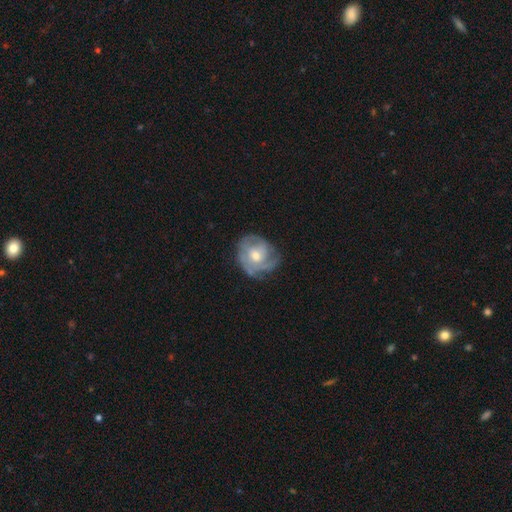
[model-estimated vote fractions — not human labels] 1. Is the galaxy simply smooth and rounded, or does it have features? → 74% featured or disk, 21% smooth, 5% star or artifact.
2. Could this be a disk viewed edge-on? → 97% no, 3% yes.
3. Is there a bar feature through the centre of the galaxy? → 69% no, 26% weak, 4% strong.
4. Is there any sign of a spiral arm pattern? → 86% yes, 14% no.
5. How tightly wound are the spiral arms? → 58% tight, 32% medium, 11% loose.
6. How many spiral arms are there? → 35% can't tell, 25% 2, 22% 3, 8% 1, 6% 4, 4% more than 4.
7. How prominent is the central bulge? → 64% moderate, 29% small, 5% large, 1% none, 1% dominant.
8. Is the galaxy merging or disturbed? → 63% none, 24% minor disturbance, 12% major disturbance, 2% merger.